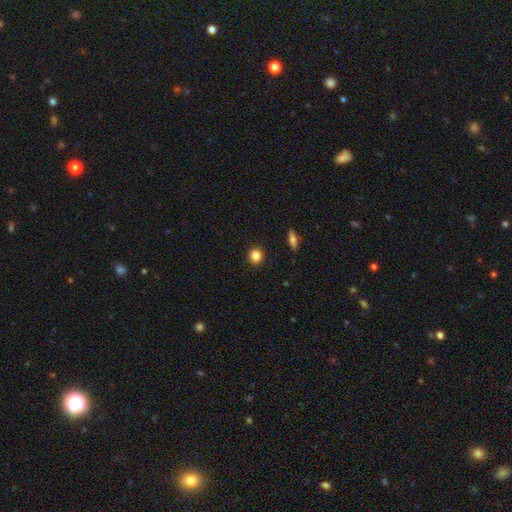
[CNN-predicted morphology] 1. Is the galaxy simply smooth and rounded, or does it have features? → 84% smooth, 11% star or artifact, 5% featured or disk.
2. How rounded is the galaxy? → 85% round, 14% in between, 1% cigar-shaped.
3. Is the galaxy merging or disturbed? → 91% none, 6% minor disturbance, 2% major disturbance, 1% merger.